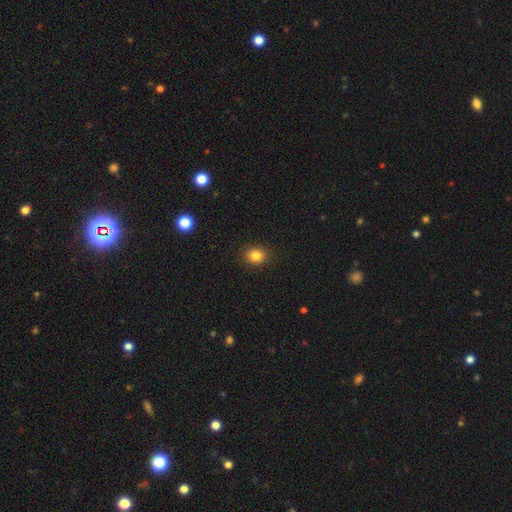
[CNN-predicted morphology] smooth_or_featured: smooth (p=0.83) [alt: star or artifact p=0.12]
how_rounded: round (p=0.67) [alt: in between p=0.32]
merging: none (p=0.89) [alt: minor disturbance p=0.07]